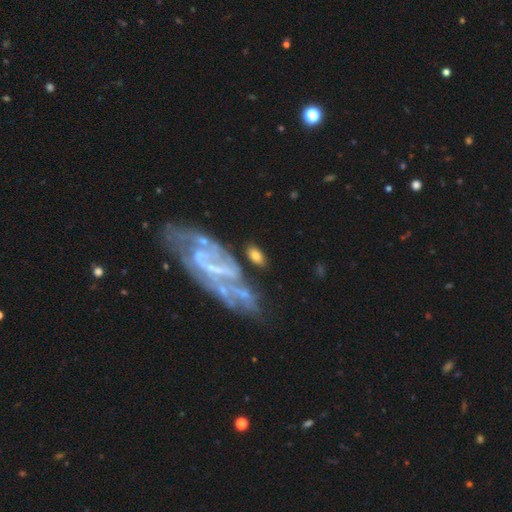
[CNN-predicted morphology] smooth-or-featured: smooth: 61% | featured or disk: 32% | star or artifact: 7%
  how-rounded: in between: 89% | round: 7% | cigar-shaped: 4%
  merging: none: 64% | minor disturbance: 18% | major disturbance: 9% | merger: 9%